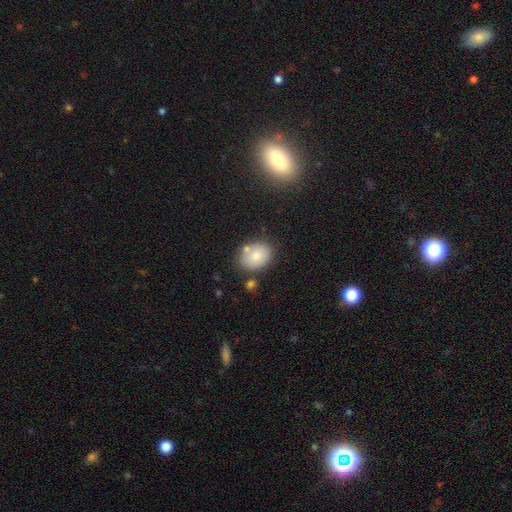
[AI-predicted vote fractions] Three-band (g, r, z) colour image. It shows a smooth galaxy with no disk features (78%) that is in between round and cigar-shaped (53%). Merging: none (70%).